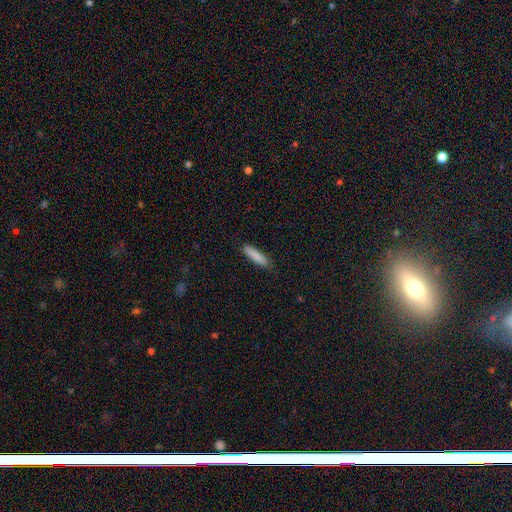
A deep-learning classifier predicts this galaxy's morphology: Smooth or featured: smooth — 87% (featured or disk — 7%)
How rounded: cigar-shaped — 77% (in between — 22%)
Merging: none — 86% (minor disturbance — 11%)